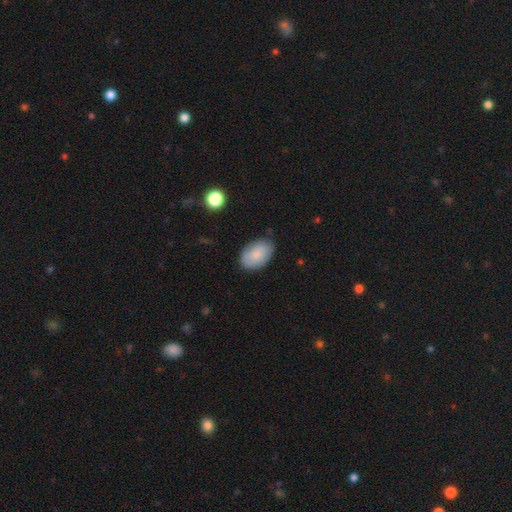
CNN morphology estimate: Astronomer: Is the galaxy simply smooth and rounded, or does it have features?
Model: smooth — 84%.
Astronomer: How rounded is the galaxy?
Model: in between — 92%.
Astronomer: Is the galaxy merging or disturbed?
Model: none — 80%.